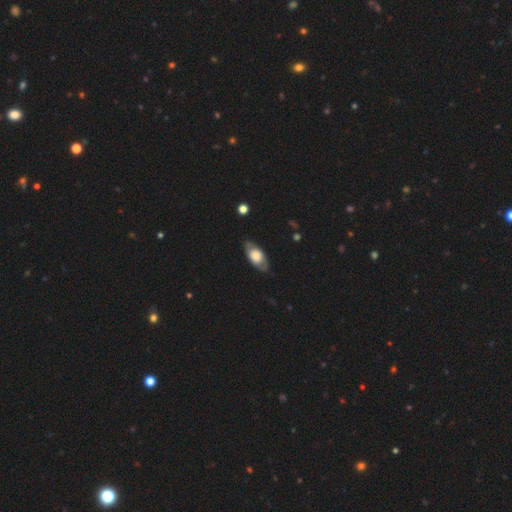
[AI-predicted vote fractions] Smooth or featured? smooth (51%)
How rounded? in between (87%)
Merging? none (78%)